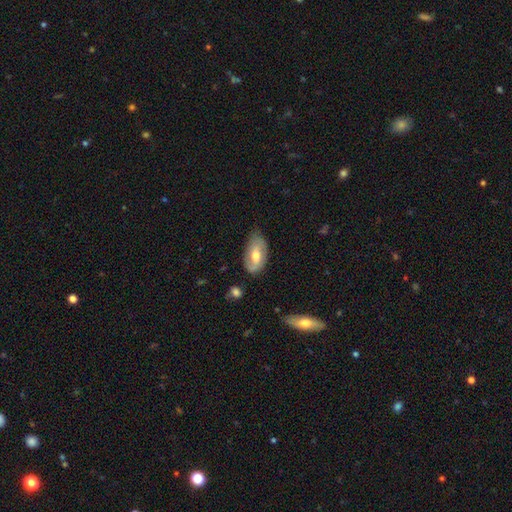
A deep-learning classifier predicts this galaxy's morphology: Overall: featured or disk (52%; smooth 43%). Edge-on disk: no (92%). Merging: none (67%).